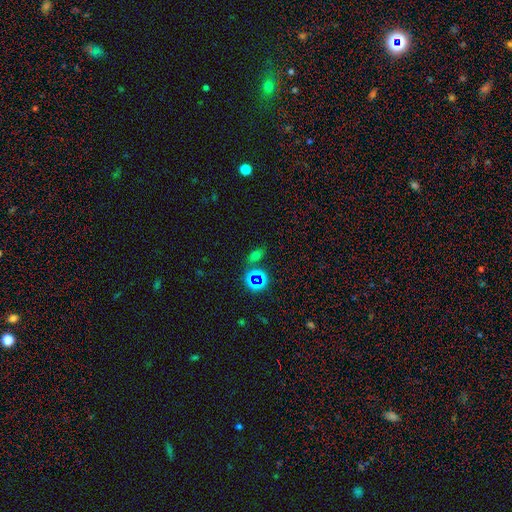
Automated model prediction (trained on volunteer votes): Smooth or featured? Predicted: smooth (p=0.51). How rounded? Predicted: in between (p=0.66). Merging? Predicted: none (p=0.70).